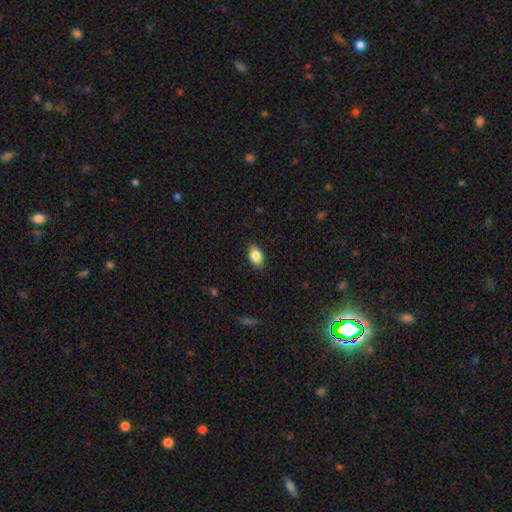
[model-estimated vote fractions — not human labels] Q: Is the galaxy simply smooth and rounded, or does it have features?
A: smooth — 84%.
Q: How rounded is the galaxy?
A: in between — 88%.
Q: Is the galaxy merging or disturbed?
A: none — 87%.